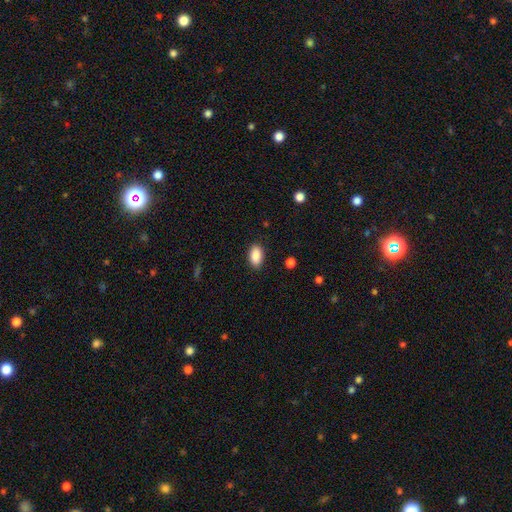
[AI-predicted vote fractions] The model was most divided on "merging": none: 88%, minor disturbance: 9%, major disturbance: 2%, merger: 1%. More confident: how rounded — in between (93%); smooth or featured — smooth (89%).